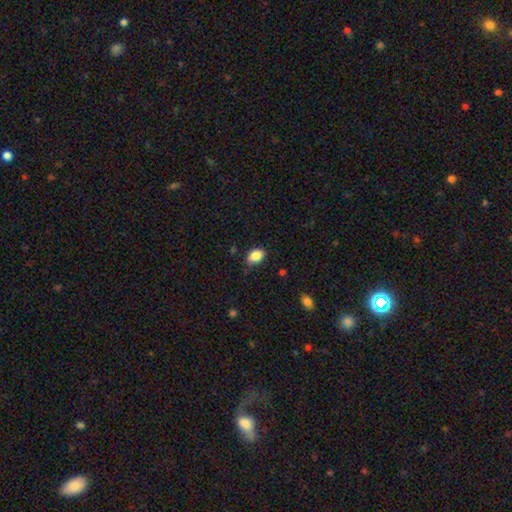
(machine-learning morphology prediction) Smooth or featured: smooth — 86% (star or artifact — 8%)
How rounded: in between — 84% (round — 14%)
Merging: none — 78% (minor disturbance — 18%)